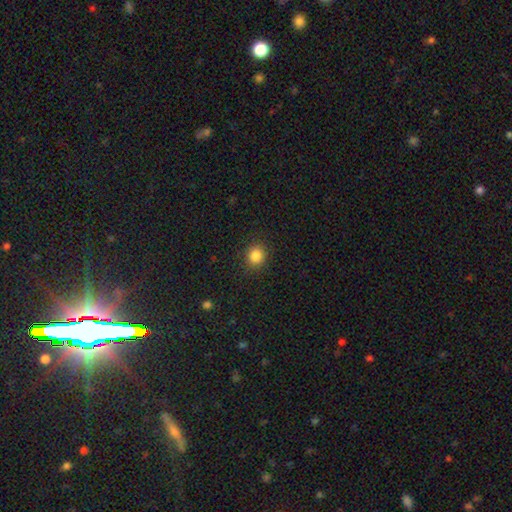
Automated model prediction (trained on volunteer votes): Smooth or featured?
  - smooth: 85% *
  - star or artifact: 11%
  - featured or disk: 4%
How rounded?
  - round: 84% *
  - in between: 15%
  - cigar-shaped: 1%
Merging?
  - none: 89% *
  - minor disturbance: 7%
  - major disturbance: 2%
  - merger: 1%